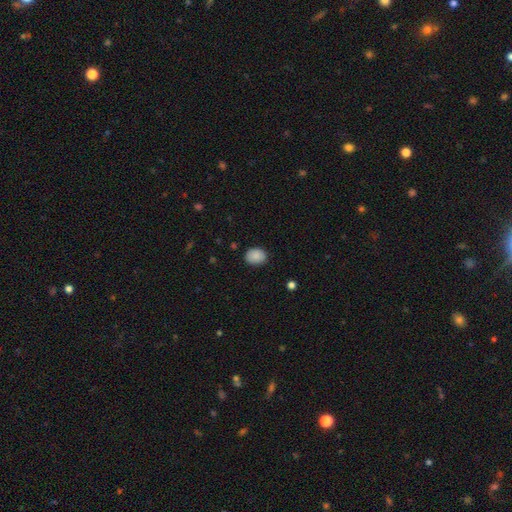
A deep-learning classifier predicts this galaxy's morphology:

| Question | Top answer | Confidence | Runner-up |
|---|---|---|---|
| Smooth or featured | smooth | 88% | star or artifact (8%) |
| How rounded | in between | 54% | round (46%) |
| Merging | none | 85% | minor disturbance (12%) |